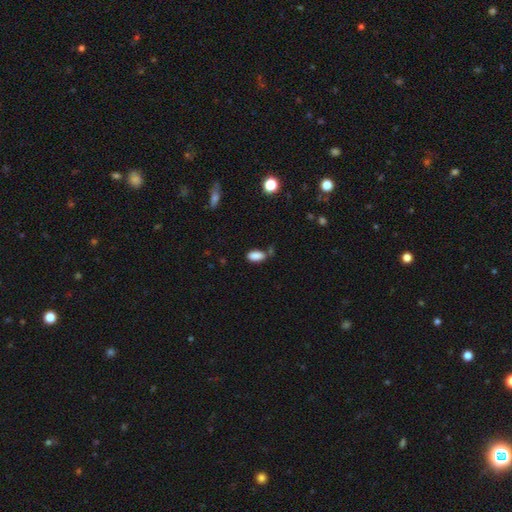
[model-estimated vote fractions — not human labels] The model was most divided on "merging": none: 64%, minor disturbance: 21%, merger: 10%, major disturbance: 5%. More confident: how rounded — in between (91%); smooth or featured — smooth (86%).